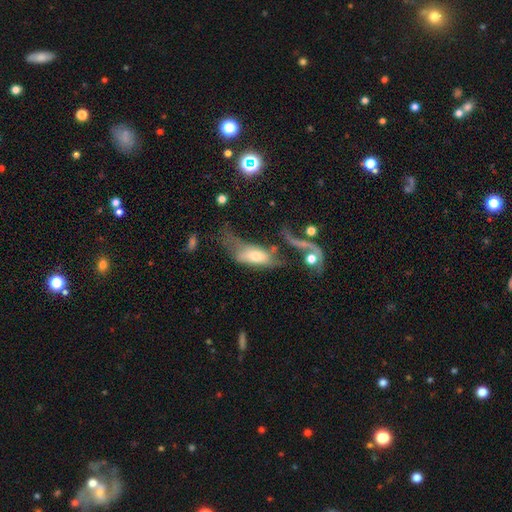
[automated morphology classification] This appears to be a smooth galaxy with no disk features (48%). Merging: major disturbance (38%).